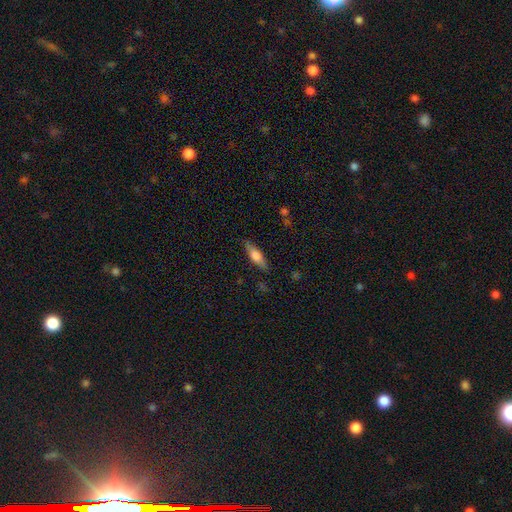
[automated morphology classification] smooth_or_featured: smooth (p=0.59) [alt: featured or disk p=0.35]
how_rounded: cigar-shaped (p=0.58) [alt: in between p=0.40]
merging: none (p=0.84) [alt: minor disturbance p=0.12]